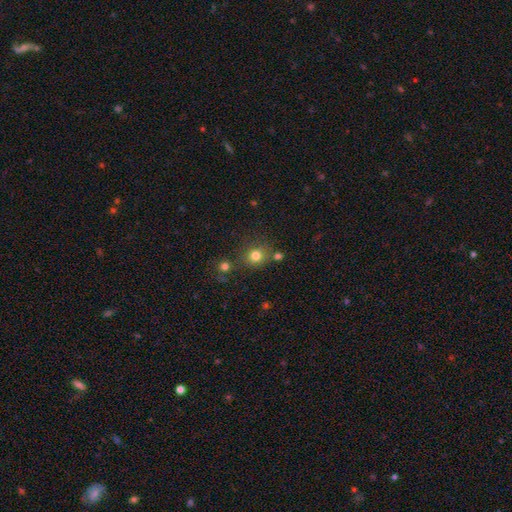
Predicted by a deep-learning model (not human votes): smooth_or_featured: smooth (p=0.79) [alt: star or artifact p=0.15]
how_rounded: round (p=0.85) [alt: in between p=0.14]
merging: none (p=0.74) [alt: minor disturbance p=0.11]